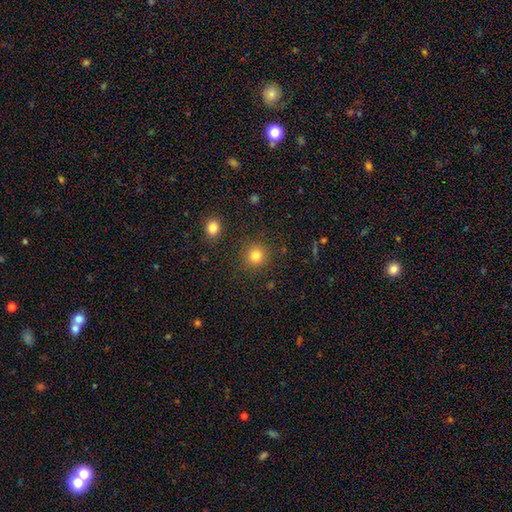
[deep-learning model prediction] Smooth or featured?
  - smooth: 82% *
  - star or artifact: 12%
  - featured or disk: 5%
How rounded?
  - round: 93% *
  - in between: 6%
  - cigar-shaped: 1%
Merging?
  - none: 89% *
  - minor disturbance: 6%
  - major disturbance: 3%
  - merger: 2%